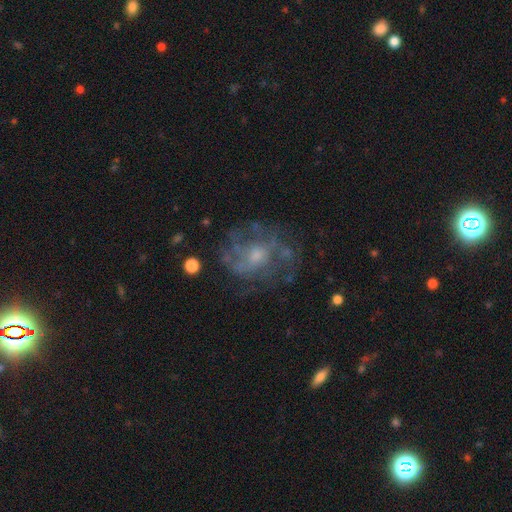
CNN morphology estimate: smooth-or-featured: featured or disk: 68% | smooth: 20% | star or artifact: 12%
  disk-edge-on: no: 97% | yes: 3%
    bar: no: 75% | weak: 22% | strong: 3%
    has-spiral-arms: yes: 59% | no: 41%
    bulge-size: moderate: 44% | small: 42% | none: 9% | large: 4% | dominant: 1%
  merging: none: 63% | major disturbance: 18% | minor disturbance: 17% | merger: 3%